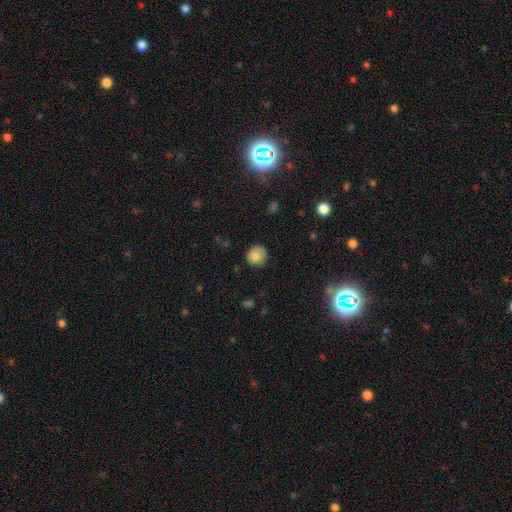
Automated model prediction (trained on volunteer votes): Smooth or featured? Predicted: smooth (p=0.83). How rounded? Predicted: round (p=0.85). Merging? Predicted: none (p=0.71).